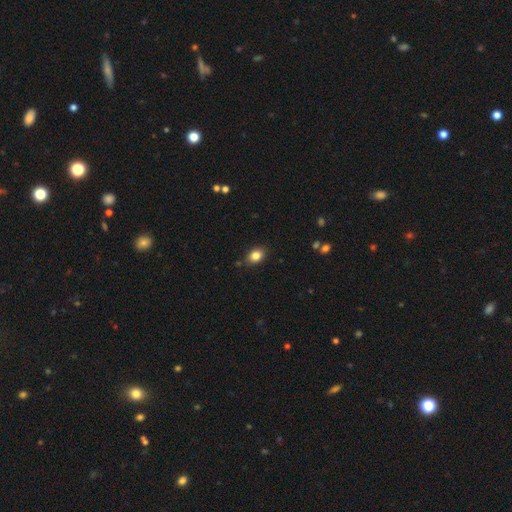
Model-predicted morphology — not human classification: The model was most divided on "how rounded": in between: 64%, round: 35%, cigar-shaped: 1%. More confident: smooth or featured — smooth (84%); merging — none (83%).